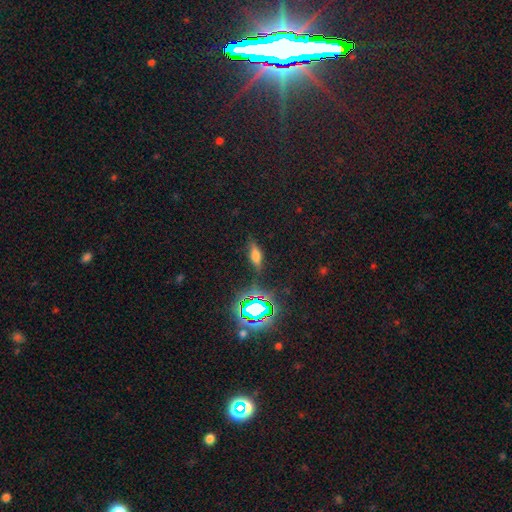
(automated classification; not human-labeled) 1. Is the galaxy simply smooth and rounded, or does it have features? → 50% smooth, 27% featured or disk, 24% star or artifact.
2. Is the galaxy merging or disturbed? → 78% none, 14% minor disturbance, 5% major disturbance, 3% merger.